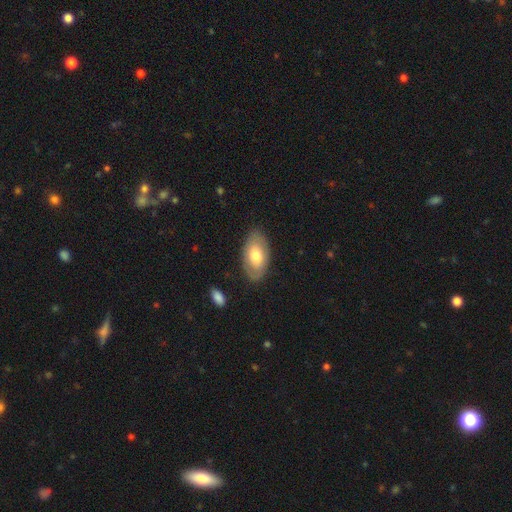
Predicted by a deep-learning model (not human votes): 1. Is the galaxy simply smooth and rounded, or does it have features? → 61% smooth, 33% featured or disk, 6% star or artifact.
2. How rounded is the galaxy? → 93% in between, 5% round, 2% cigar-shaped.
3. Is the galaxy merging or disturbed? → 81% none, 14% minor disturbance, 4% major disturbance, 1% merger.